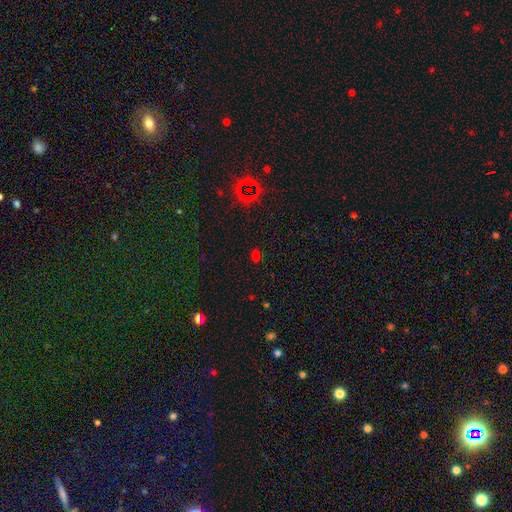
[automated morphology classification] This appears to be a smooth galaxy with no disk features (59%) that is in between round and cigar-shaped (69%). Merging: none (83%).